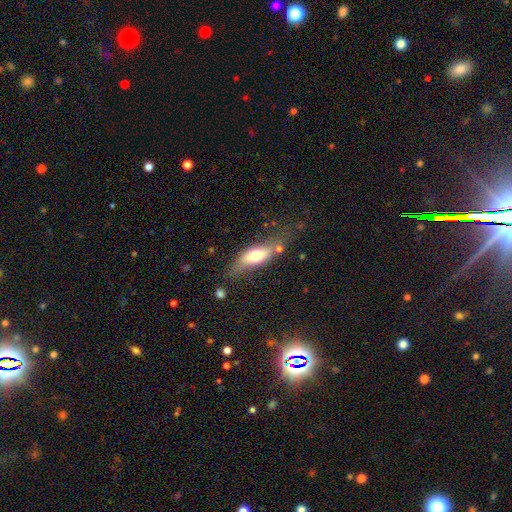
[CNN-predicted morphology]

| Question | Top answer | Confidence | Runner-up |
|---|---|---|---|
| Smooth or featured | smooth | 62% | featured or disk (31%) |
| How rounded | in between | 65% | cigar-shaped (32%) |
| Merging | none | 54% | minor disturbance (26%) |